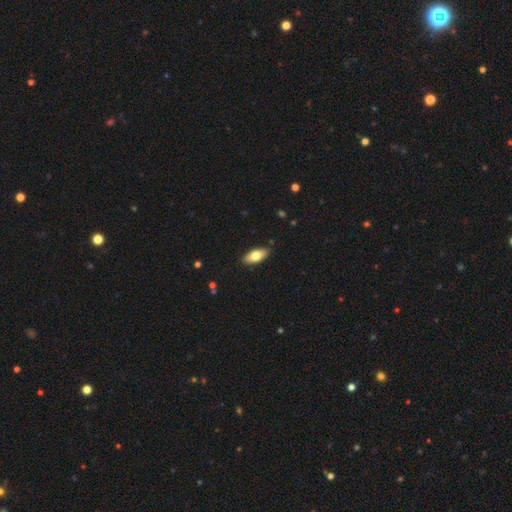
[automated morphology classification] Smooth or featured? Predicted: smooth (p=0.73). How rounded? Predicted: in between (p=0.84). Merging? Predicted: none (p=0.87).